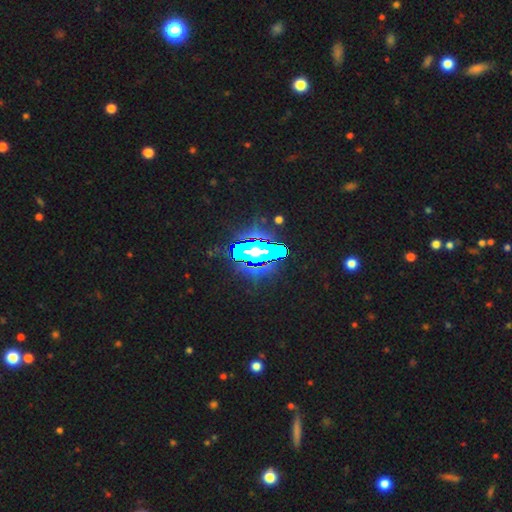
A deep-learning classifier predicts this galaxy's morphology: A star or artifact, not a galaxy (73%).